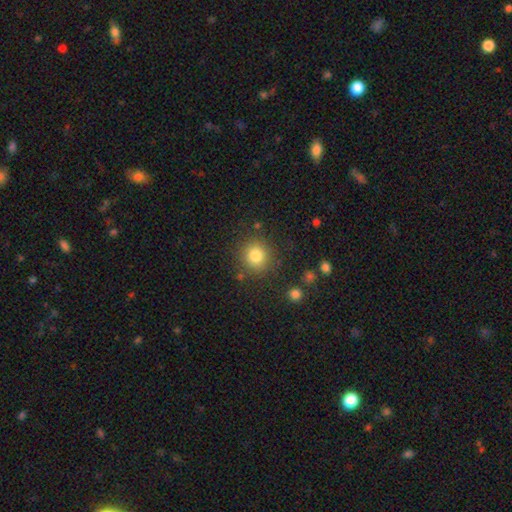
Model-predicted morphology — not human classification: smooth-or-featured: smooth: 82% | star or artifact: 12% | featured or disk: 7%
  how-rounded: round: 89% | in between: 10% | cigar-shaped: 1%
  merging: none: 85% | minor disturbance: 8% | major disturbance: 3% | merger: 3%